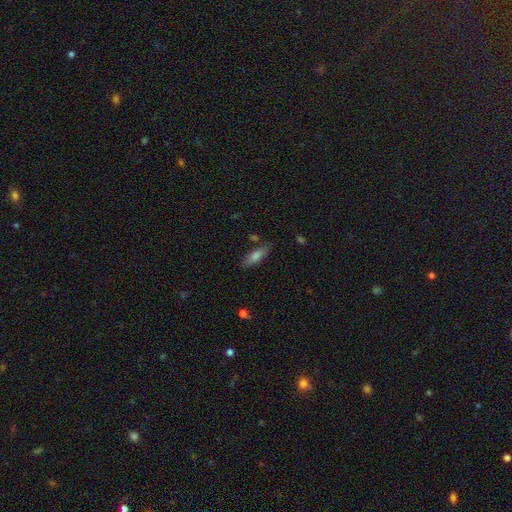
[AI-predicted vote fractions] Smooth or featured? Predicted: smooth (p=0.70). How rounded? Predicted: cigar-shaped (p=0.55). Merging? Predicted: none (p=0.82).